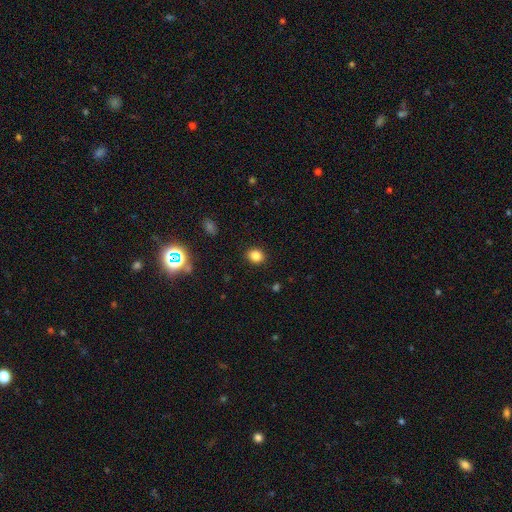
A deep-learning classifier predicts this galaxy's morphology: A smooth galaxy with no disk features (83%) that is round (68%). Merging: none (90%).